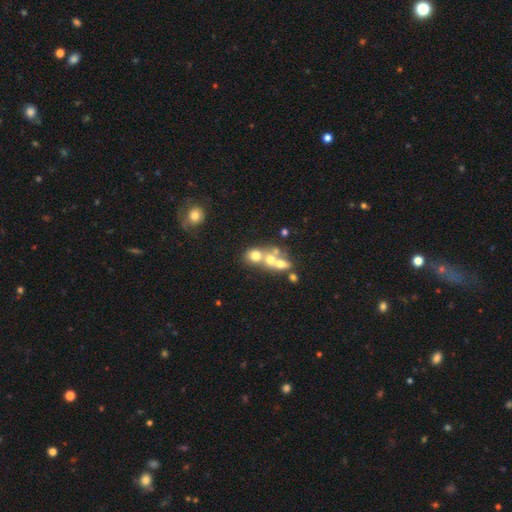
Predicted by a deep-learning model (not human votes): Morphology: type=smooth (57%); roundness=round (68%); merging=merger (60%).